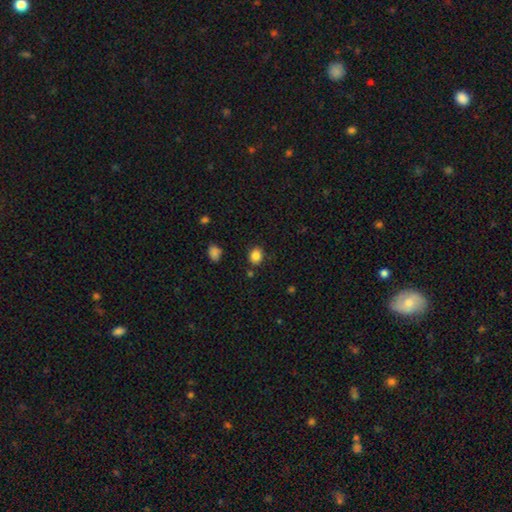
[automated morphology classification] This is clearly a smooth galaxy (85%). How rounded: likely round (62%). Merging: clearly none (83%).